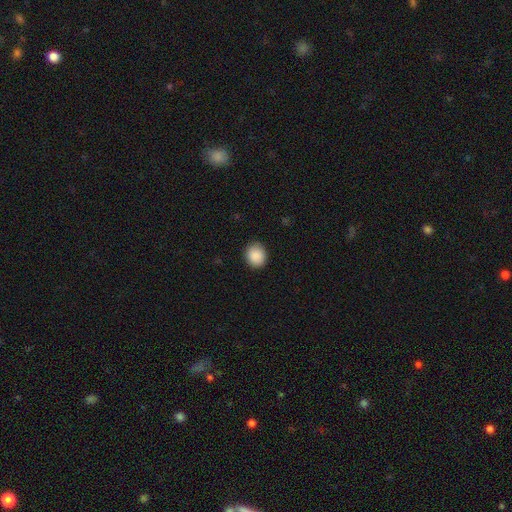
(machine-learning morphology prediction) A smooth galaxy with no disk features (89%) that is round (73%).

Vote fractions:
- Smooth or featured? smooth: 89% / star or artifact: 7% / featured or disk: 3%
- How rounded? round: 73% / in between: 26% / cigar-shaped: 1%
- Merging? none: 87% / minor disturbance: 9% / major disturbance: 2% / merger: 1%